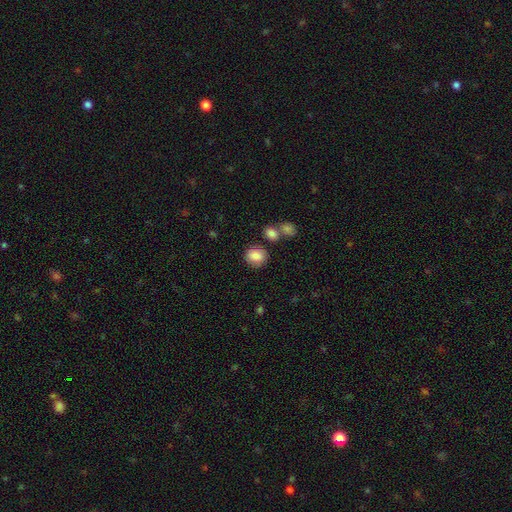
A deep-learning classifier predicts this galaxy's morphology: type=smooth (85%); roundness=round (73%); merging=none (79%).